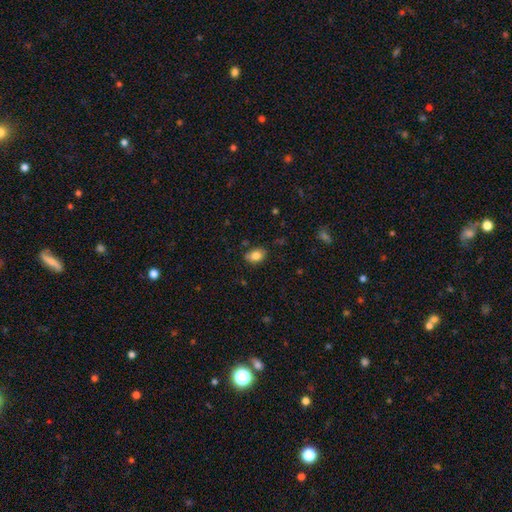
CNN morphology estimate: Q: Smooth or featured?
A: smooth (83%); runner-up: star or artifact (9%)
Q: How rounded?
A: in between (70%); runner-up: round (29%)
Q: Merging?
A: none (77%); runner-up: minor disturbance (17%)